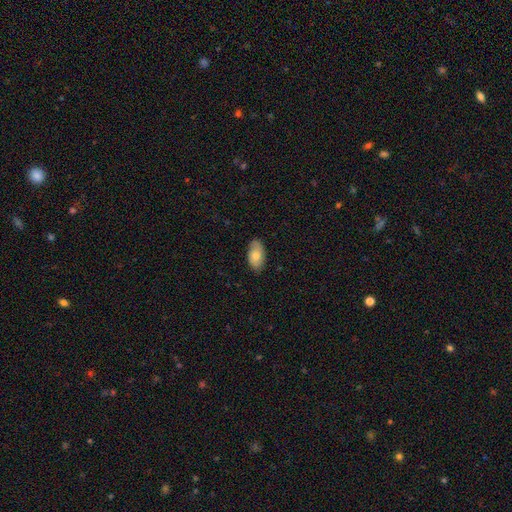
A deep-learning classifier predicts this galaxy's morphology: smooth 73%, featured or disk 21%, star or artifact 6%. Down the decision tree: how rounded — in between (94%); merging — none (82%).